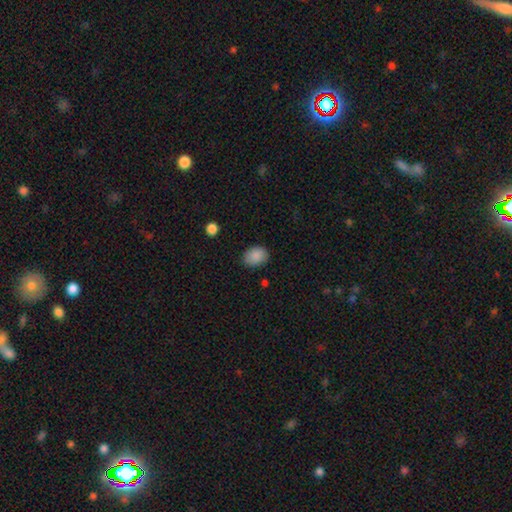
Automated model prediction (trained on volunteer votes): A smooth galaxy with no disk features (88%) that is in between round and cigar-shaped (64%).

Vote fractions:
- Smooth or featured? smooth: 88% / star or artifact: 7% / featured or disk: 4%
- How rounded? in between: 64% / round: 35% / cigar-shaped: 1%
- Merging? none: 83% / minor disturbance: 13% / major disturbance: 3% / merger: 1%